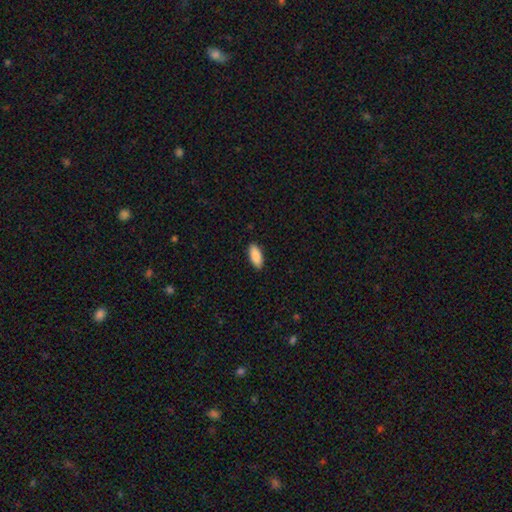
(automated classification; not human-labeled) This is clearly a smooth galaxy (90%). How rounded: clearly in between (86%). Merging: clearly none (89%).